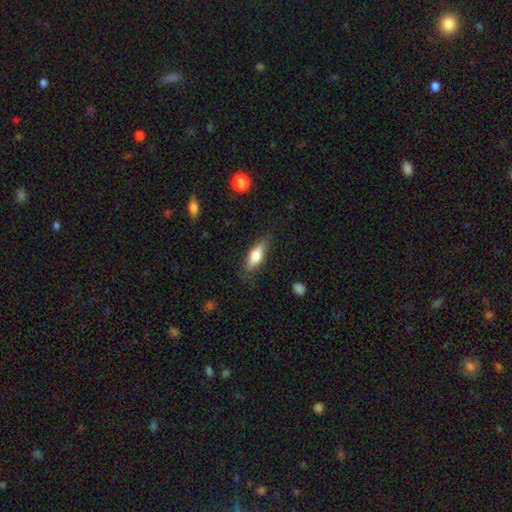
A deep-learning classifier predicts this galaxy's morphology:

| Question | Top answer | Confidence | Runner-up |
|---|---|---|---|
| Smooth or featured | smooth | 70% | featured or disk (24%) |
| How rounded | in between | 64% | cigar-shaped (33%) |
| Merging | none | 80% | minor disturbance (15%) |